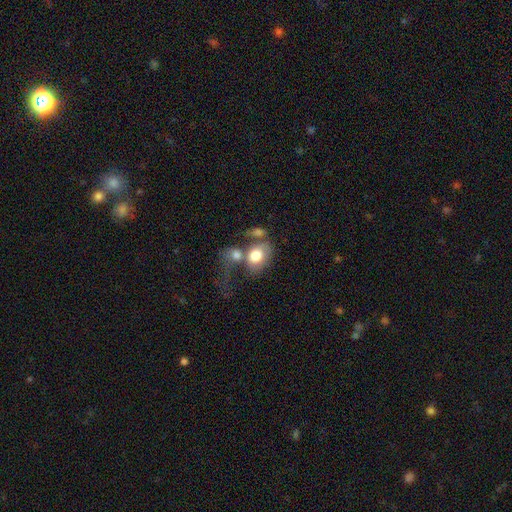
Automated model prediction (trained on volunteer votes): Smooth or featured: smooth — 71% (featured or disk — 21%)
How rounded: in between — 72% (round — 26%)
Merging: merger — 51% (none — 20%)